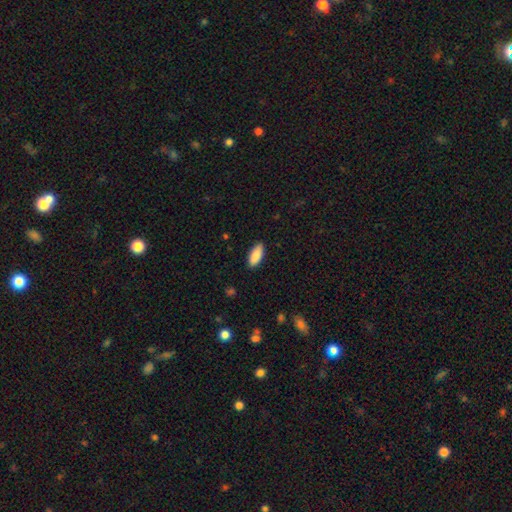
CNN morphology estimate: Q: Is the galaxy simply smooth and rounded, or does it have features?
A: smooth — 89%.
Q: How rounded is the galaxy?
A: in between — 83%.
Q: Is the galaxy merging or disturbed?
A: none — 88%.